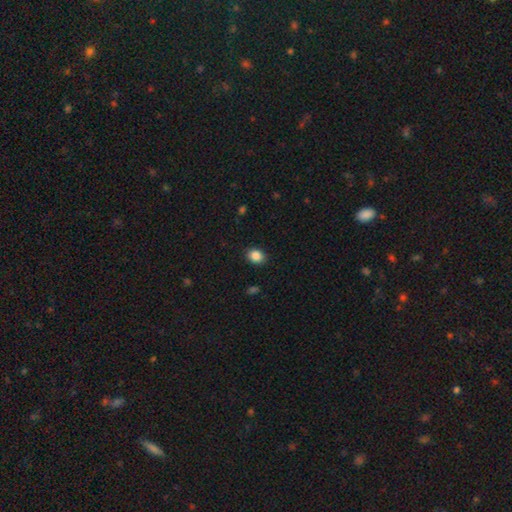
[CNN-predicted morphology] A smooth galaxy with no disk features (87%) that is round (54%). Merging: none (89%).